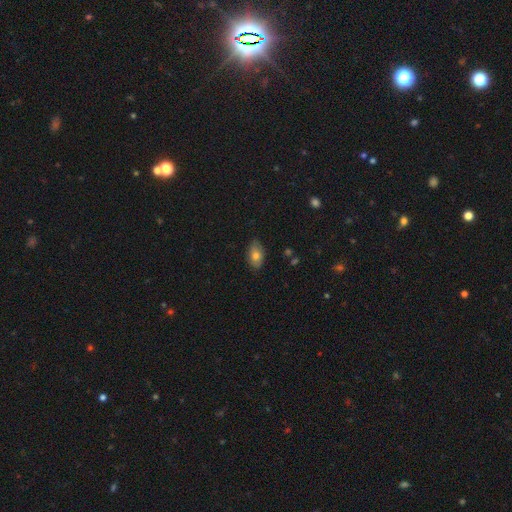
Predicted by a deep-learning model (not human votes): A smooth galaxy with no disk features (75%) that is in between round and cigar-shaped (90%). Merging: none (81%).